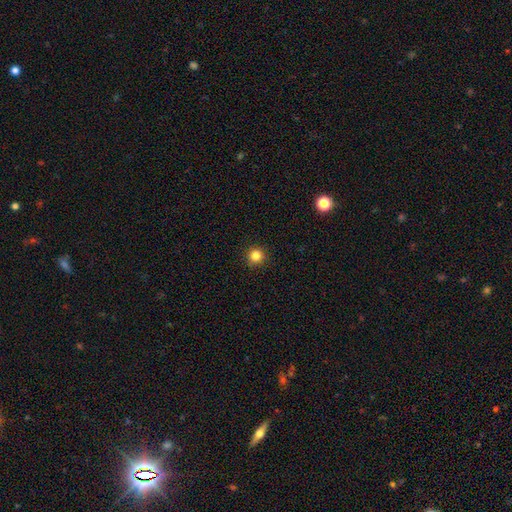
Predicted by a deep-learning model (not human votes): Overall: smooth (83%). How rounded: round (96%). Merging: none (93%).